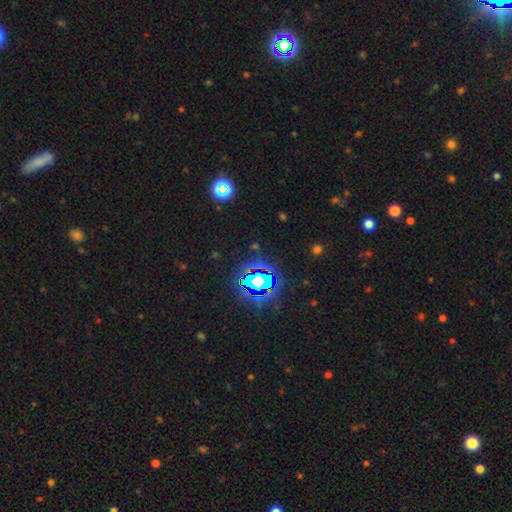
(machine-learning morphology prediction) This is likely a star or artifact rather than a galaxy (80%).